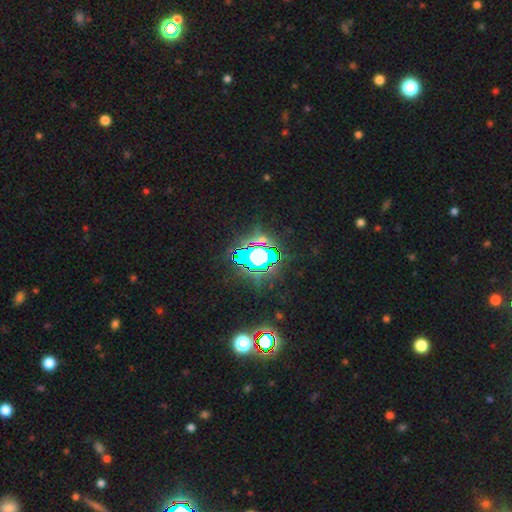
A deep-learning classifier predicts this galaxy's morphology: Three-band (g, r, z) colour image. It shows a star or artifact, not a galaxy (70%).